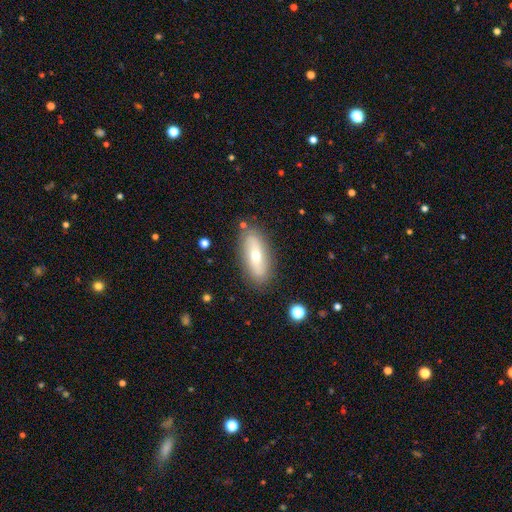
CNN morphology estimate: Smooth or featured? Predicted: smooth (p=0.50). Merging? Predicted: none (p=0.83).